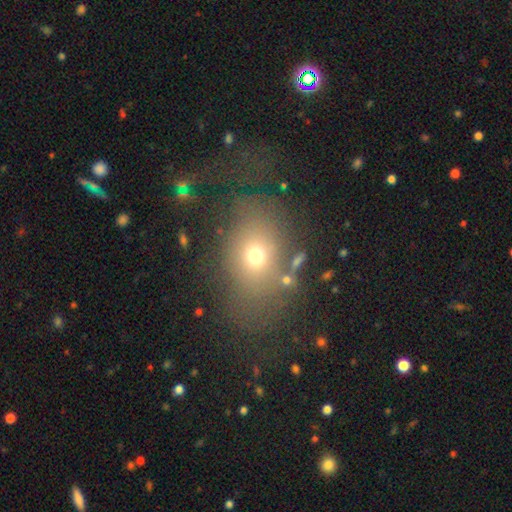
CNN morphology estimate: A smooth galaxy with no disk features (64%) that is in between round and cigar-shaped (55%). Merging: none (60%).